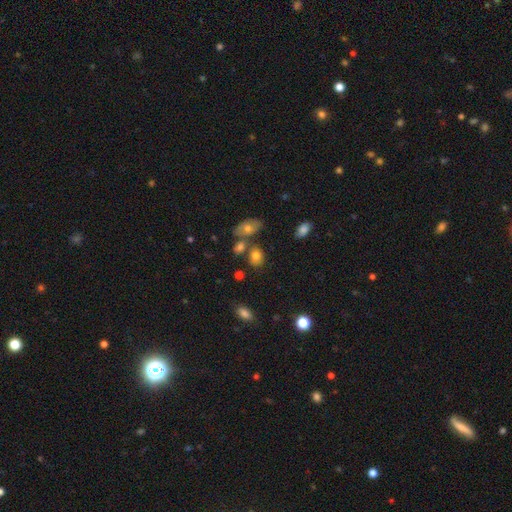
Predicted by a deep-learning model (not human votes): This appears to be a smooth galaxy with no disk features (77%) that is in between round and cigar-shaped (61%). Merging: none (61%).